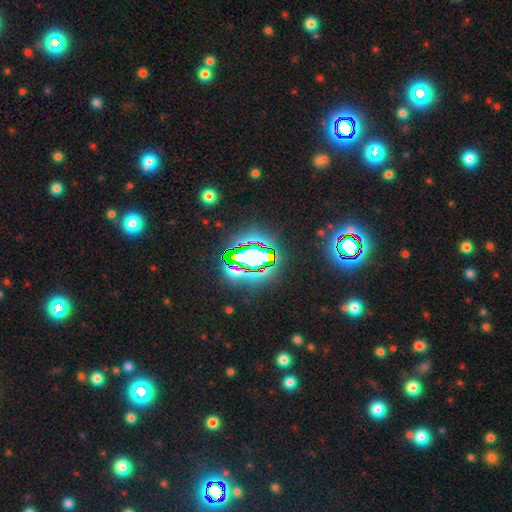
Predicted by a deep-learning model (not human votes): smooth_or_featured: star or artifact (p=0.69) [alt: smooth p=0.18]